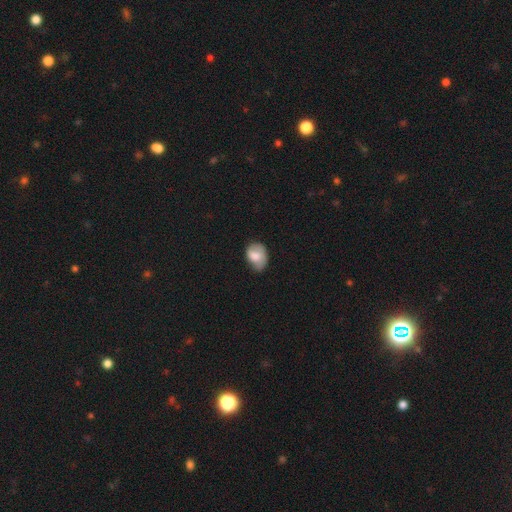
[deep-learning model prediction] Smooth or featured? Predicted: smooth (p=0.72). How rounded? Predicted: in between (p=0.71). Merging? Predicted: none (p=0.42, tied with minor disturbance).